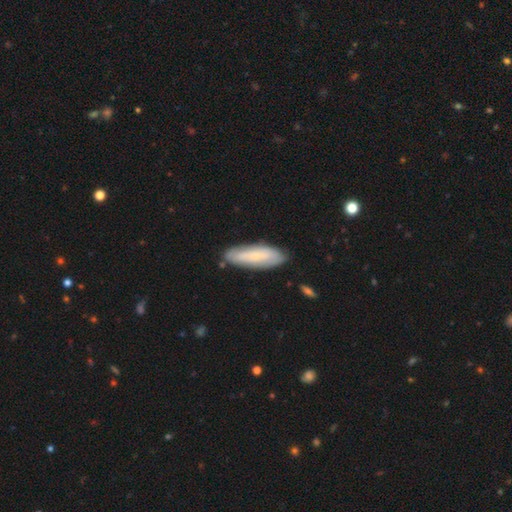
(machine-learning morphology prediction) smooth-or-featured: smooth: 56% | featured or disk: 38% | star or artifact: 6%
  how-rounded: cigar-shaped: 54% | in between: 44% | round: 2%
  merging: none: 82% | minor disturbance: 14% | major disturbance: 3% | merger: 2%